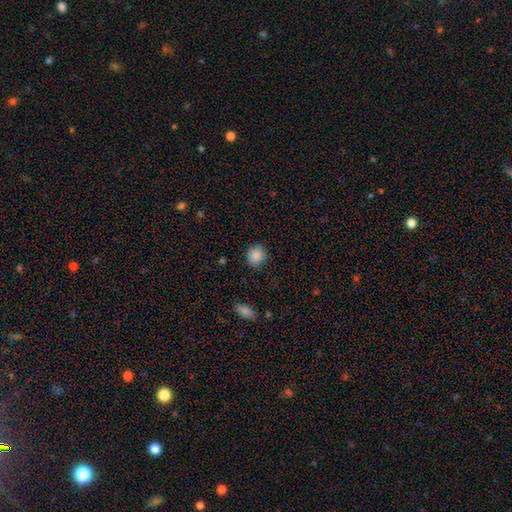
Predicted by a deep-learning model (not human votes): This appears to be a smooth galaxy with no disk features (88%) that is round (84%). Merging: none (86%).